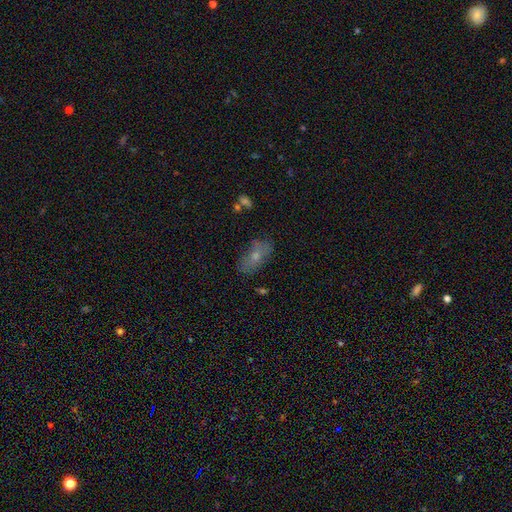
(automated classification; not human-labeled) Smooth or featured? smooth (60%)
How rounded? in between (85%)
Merging? none (72%)